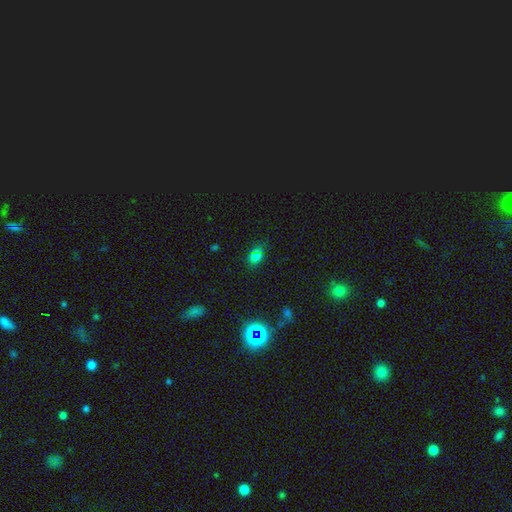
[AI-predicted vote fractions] This is likely a smooth galaxy (75%). How rounded: likely in between (70%). Merging: likely none (75%).